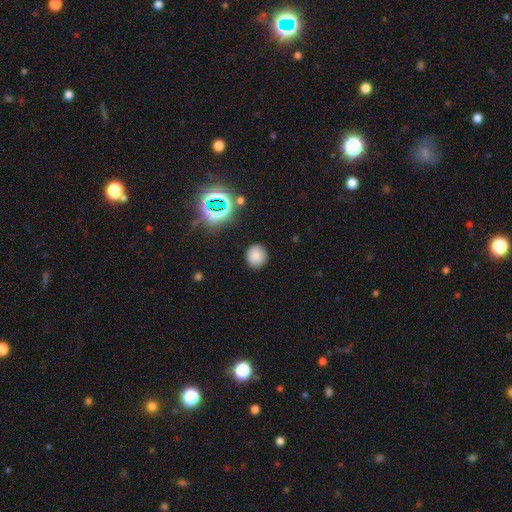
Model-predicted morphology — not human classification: Smooth or featured? smooth (79%)
How rounded? round (81%)
Merging? none (87%)